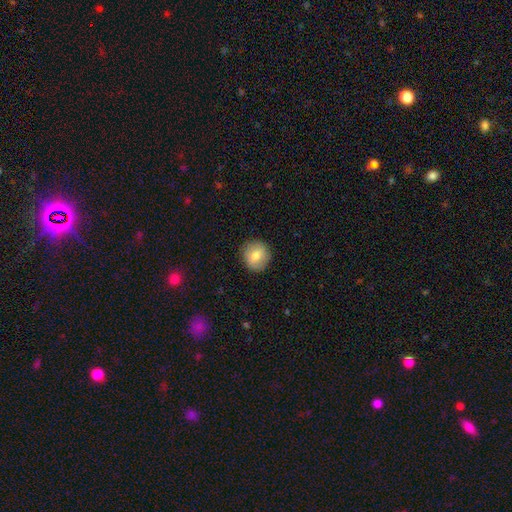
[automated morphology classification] Smooth or featured? Predicted: smooth (p=0.73). How rounded? Predicted: round (p=0.91). Merging? Predicted: none (p=0.88).